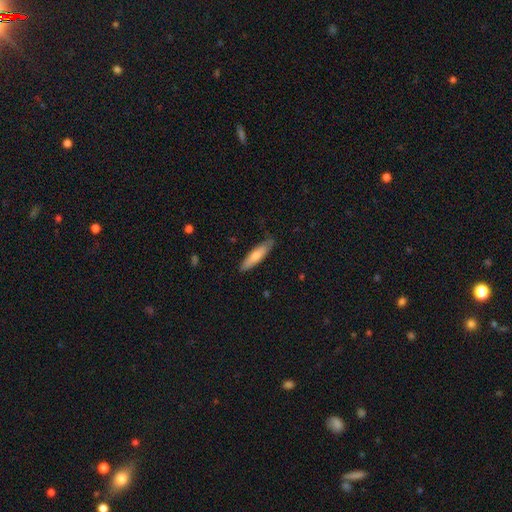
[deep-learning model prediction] A smooth galaxy with no disk features (71%) that is cigar-shaped (76%).

Vote fractions:
- Smooth or featured? smooth: 71% / featured or disk: 23% / star or artifact: 5%
- How rounded? cigar-shaped: 76% / in between: 23% / round: 1%
- Merging? none: 81% / minor disturbance: 15% / major disturbance: 2% / merger: 1%